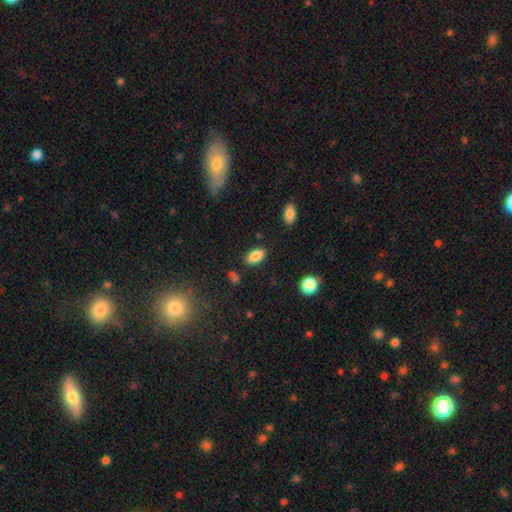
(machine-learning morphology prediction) The model was most divided on "merging": none: 83%, minor disturbance: 11%, merger: 3%, major disturbance: 3%. More confident: how rounded — in between (91%); smooth or featured — smooth (84%).